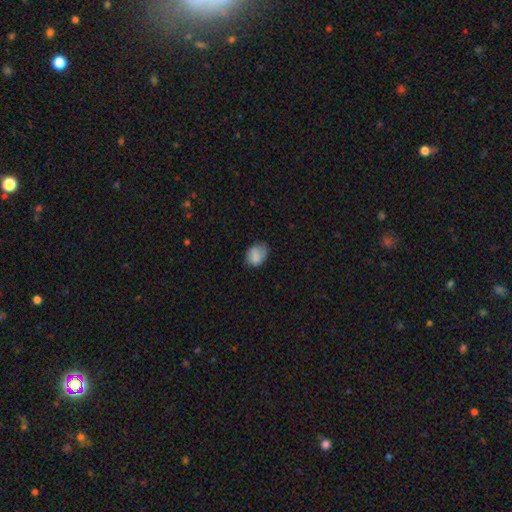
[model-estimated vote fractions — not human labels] A smooth galaxy with no disk features (79%) that is in between round and cigar-shaped (61%). Merging: none (62%).